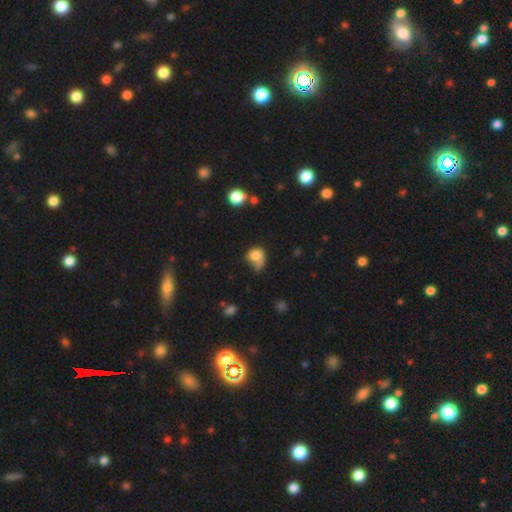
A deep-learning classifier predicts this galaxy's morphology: smooth_or_featured: smooth (p=0.75) [alt: featured or disk p=0.15]
how_rounded: round (p=0.59) [alt: in between p=0.40]
merging: minor disturbance (p=0.33) [alt: major disturbance p=0.30]